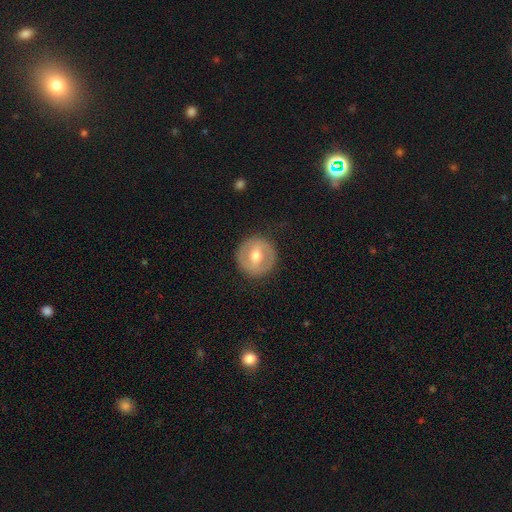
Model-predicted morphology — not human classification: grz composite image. It shows a featured or disk galaxy (49%). Merging: none (88%).